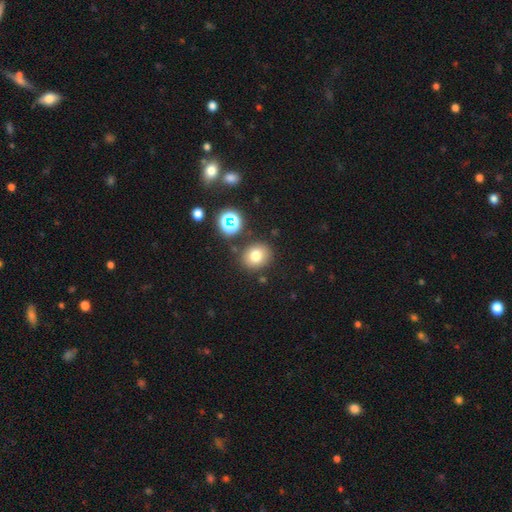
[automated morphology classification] A smooth galaxy with no disk features (75%) that is round (72%). Merging: none (82%).